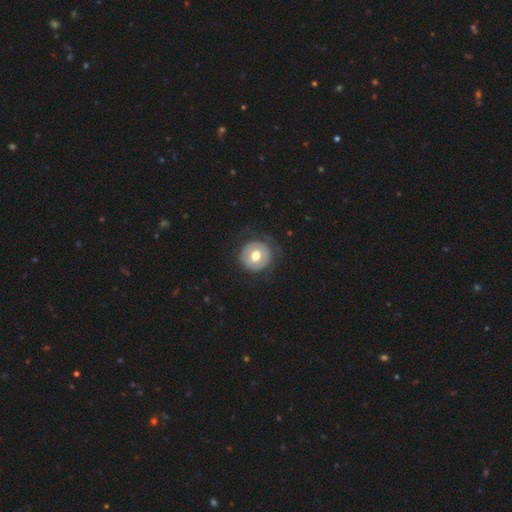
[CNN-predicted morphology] Smooth or featured? Predicted: smooth (p=0.50). Merging? Predicted: none (p=0.76).